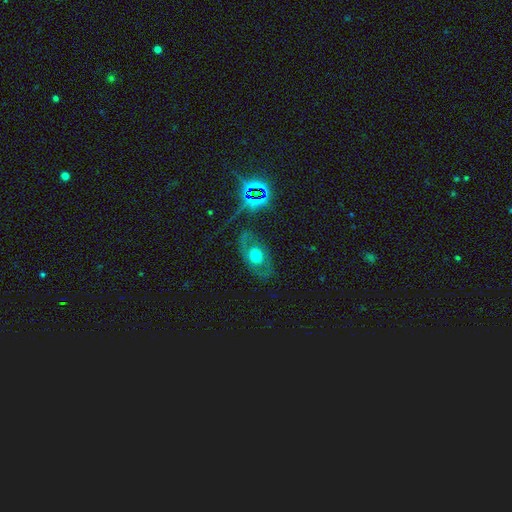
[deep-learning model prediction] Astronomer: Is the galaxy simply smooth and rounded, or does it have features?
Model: featured or disk — 54% (runner-up: smooth, 31%).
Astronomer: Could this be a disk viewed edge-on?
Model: no — 90%.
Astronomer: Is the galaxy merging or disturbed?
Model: none — 70%.